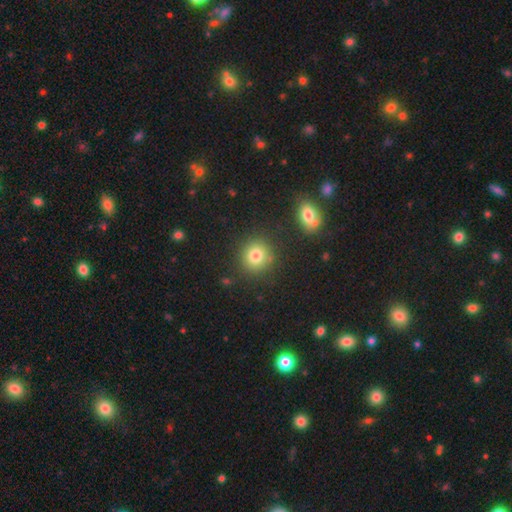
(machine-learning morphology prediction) A smooth galaxy with no disk features (80%) that is round (88%).

Vote fractions:
- Smooth or featured? smooth: 80% / star or artifact: 12% / featured or disk: 8%
- How rounded? round: 88% / in between: 11% / cigar-shaped: 1%
- Merging? none: 83% / minor disturbance: 9% / merger: 5% / major disturbance: 3%